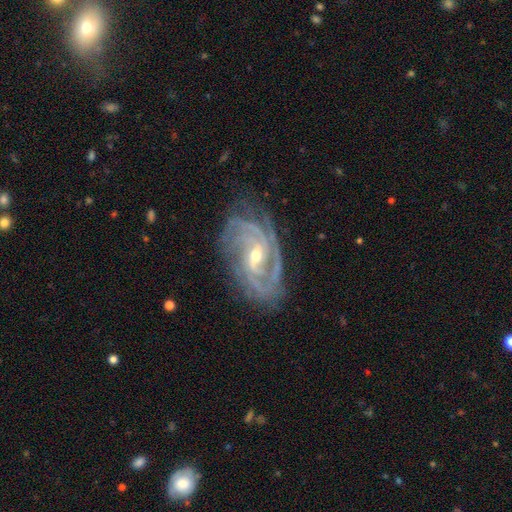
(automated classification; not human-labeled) This appears to be a featured or disk galaxy (90%) with a weak bar (41%), 3 (29%) tight (65%) spiral arms (98%) and a moderate central bulge (49%). Merging: none (75%).